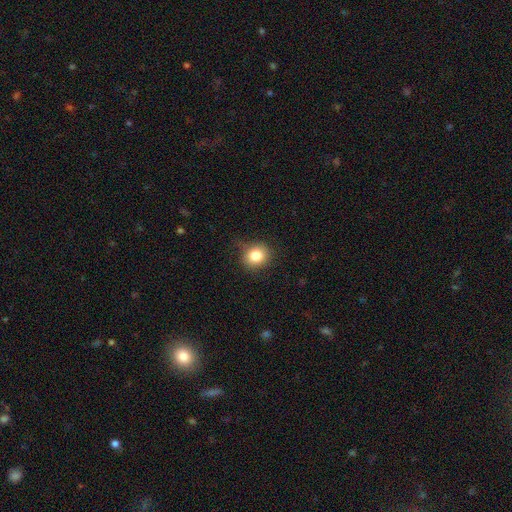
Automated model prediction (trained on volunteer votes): smooth-or-featured: smooth: 82% | star or artifact: 11% | featured or disk: 7%
  how-rounded: round: 80% | in between: 19% | cigar-shaped: 1%
  merging: none: 78% | minor disturbance: 16% | major disturbance: 4% | merger: 1%